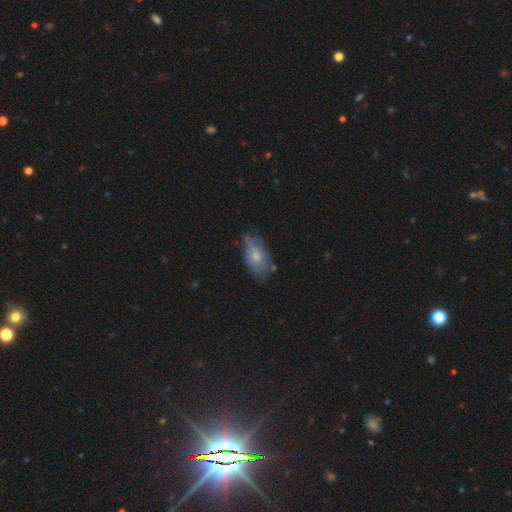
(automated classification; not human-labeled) This appears to be a smooth galaxy with no disk features (66%) that is in between round and cigar-shaped (91%). Merging: none (51%).